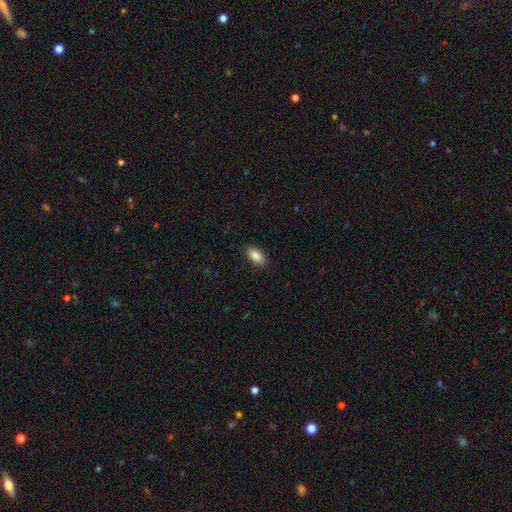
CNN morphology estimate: This is clearly a smooth galaxy (88%). How rounded: clearly in between (93%). Merging: clearly none (88%).